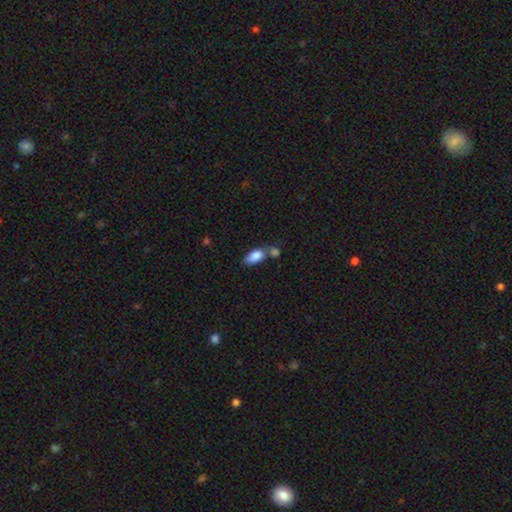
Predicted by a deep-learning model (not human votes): Overall: smooth (84%). How rounded: in between (89%). Merging: merger (43%; none 37%).